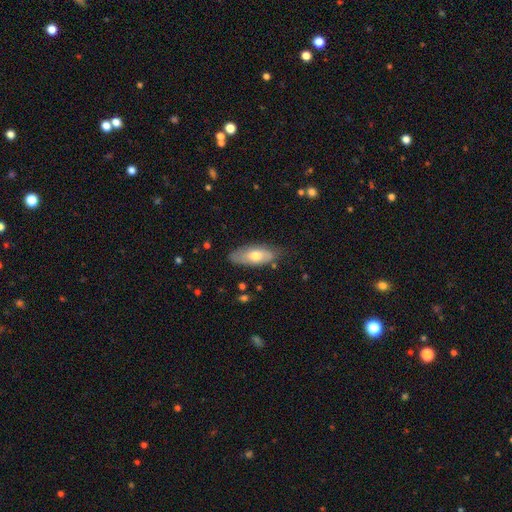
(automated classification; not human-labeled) This is likely a smooth galaxy (62%). How rounded: clearly in between (83%). Merging: likely none (73%).